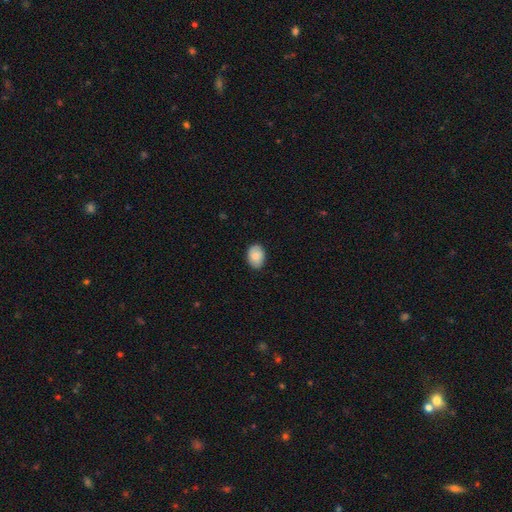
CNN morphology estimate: smooth_or_featured: smooth (p=0.83) [alt: featured or disk p=0.10]
how_rounded: in between (p=0.78) [alt: round p=0.21]
merging: none (p=0.84) [alt: minor disturbance p=0.13]